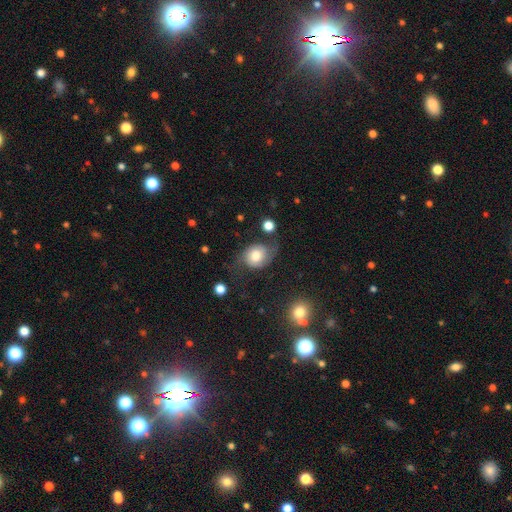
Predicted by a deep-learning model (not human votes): Smooth or featured: featured or disk — 48% (smooth — 43%)
Merging: none — 52% (minor disturbance — 27%)